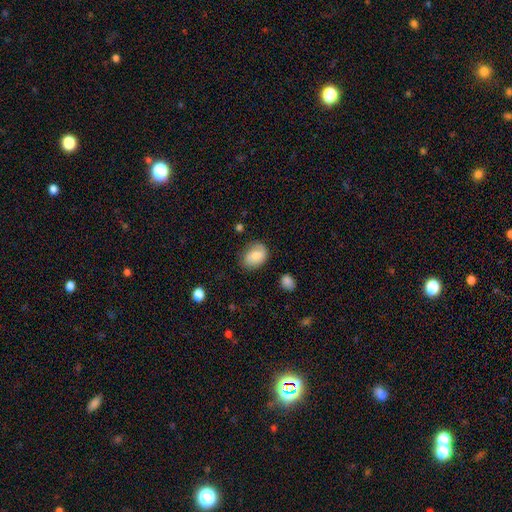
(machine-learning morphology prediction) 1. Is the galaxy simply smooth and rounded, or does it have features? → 77% smooth, 15% featured or disk, 8% star or artifact.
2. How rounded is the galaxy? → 71% in between, 28% round, 1% cigar-shaped.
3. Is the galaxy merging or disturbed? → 66% none, 24% minor disturbance, 8% major disturbance, 2% merger.